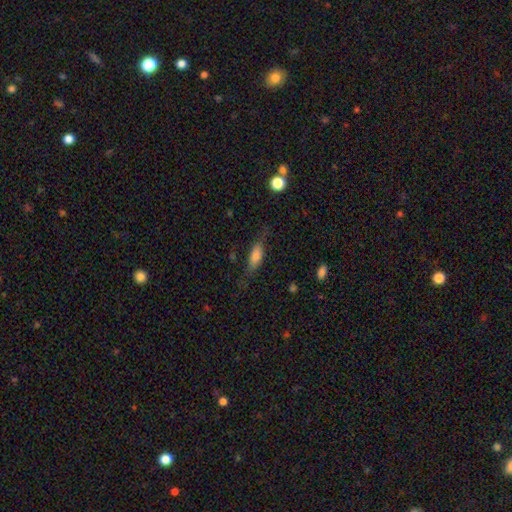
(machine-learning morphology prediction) smooth 71%, featured or disk 20%, star or artifact 8%. Down the decision tree: how rounded — in between (62%); merging — none (66%).